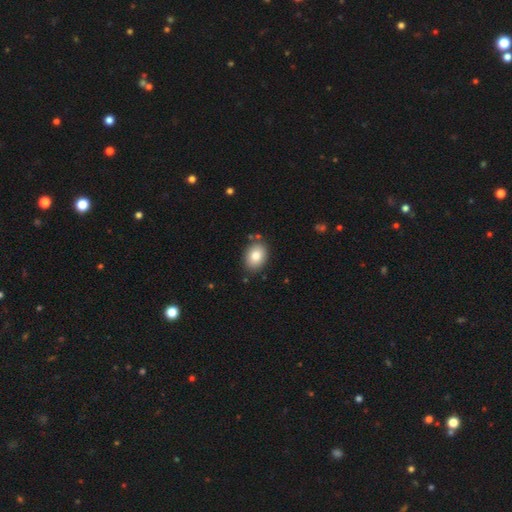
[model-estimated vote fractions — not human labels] A smooth galaxy with no disk features (82%) that is in between round and cigar-shaped (72%). Merging: none (84%).